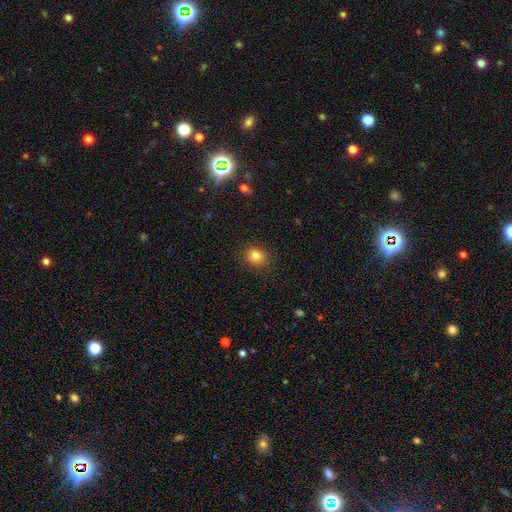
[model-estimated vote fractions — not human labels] A smooth galaxy with no disk features (82%) that is round (71%).

Vote fractions:
- Smooth or featured? smooth: 82% / star or artifact: 12% / featured or disk: 7%
- How rounded? round: 71% / in between: 28% / cigar-shaped: 1%
- Merging? none: 87% / minor disturbance: 9% / major disturbance: 3% / merger: 1%